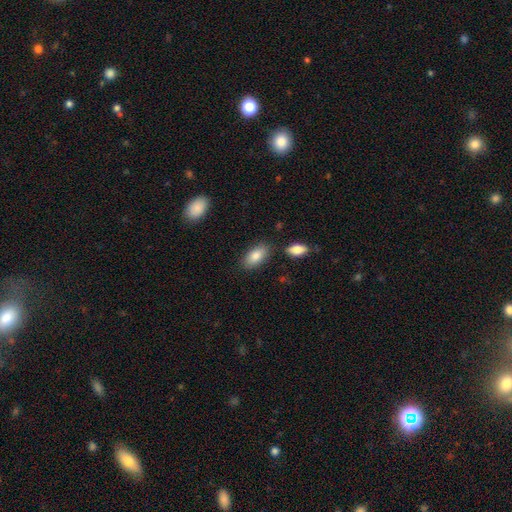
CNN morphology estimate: smooth 84%, featured or disk 10%, star or artifact 7%. Down the decision tree: how rounded — in between (92%); merging — none (79%).